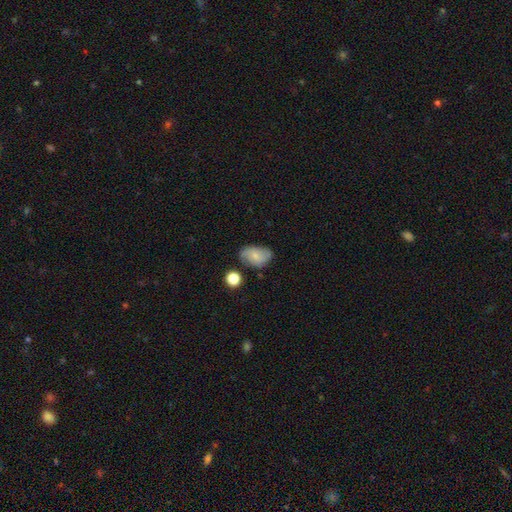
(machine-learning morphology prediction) This is likely a smooth galaxy (64%). How rounded: clearly in between (86%). Merging: likely none (68%).